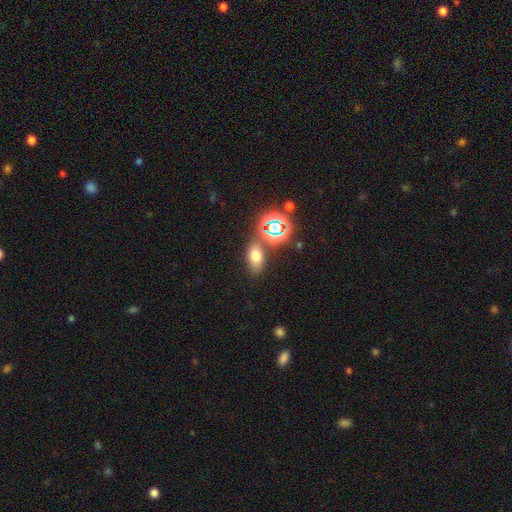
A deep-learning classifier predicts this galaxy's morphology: A smooth galaxy with no disk features (63%) that is in between round and cigar-shaped (80%).

Vote fractions:
- Smooth or featured? smooth: 63% / star or artifact: 25% / featured or disk: 13%
- How rounded? in between: 80% / round: 15% / cigar-shaped: 5%
- Merging? none: 73% / minor disturbance: 12% / merger: 10% / major disturbance: 4%